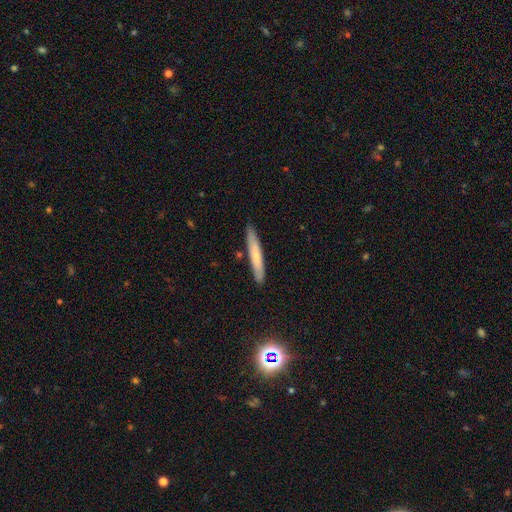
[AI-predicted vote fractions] smooth 67%, featured or disk 27%, star or artifact 6%. Down the decision tree: how rounded — cigar-shaped (95%); merging — none (87%).